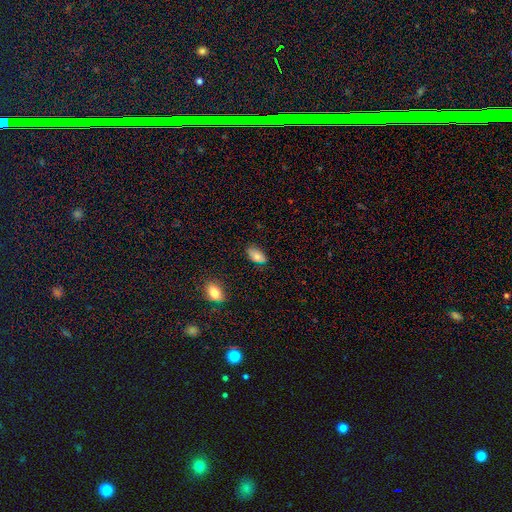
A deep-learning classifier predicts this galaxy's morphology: A smooth galaxy with no disk features (79%) that is in between round and cigar-shaped (93%). Merging: none (73%).